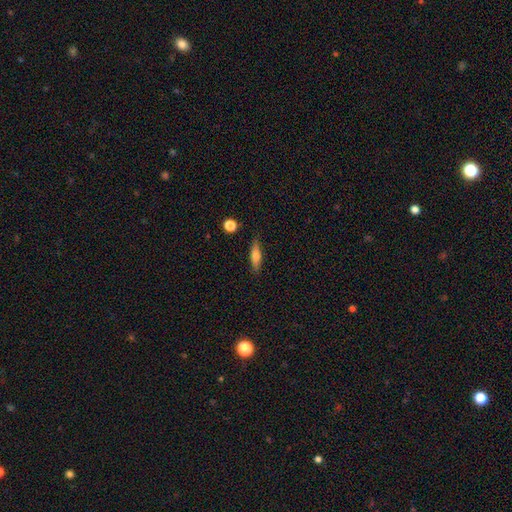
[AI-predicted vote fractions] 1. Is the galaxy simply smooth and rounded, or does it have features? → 59% smooth, 34% featured or disk, 7% star or artifact.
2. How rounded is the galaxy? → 65% cigar-shaped, 32% in between, 3% round.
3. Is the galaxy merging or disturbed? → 85% none, 11% minor disturbance, 3% major disturbance, 2% merger.